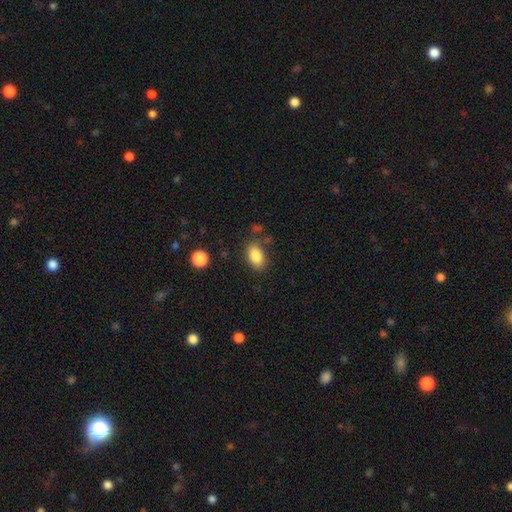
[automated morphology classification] Q: Smooth or featured?
A: smooth (85%); runner-up: star or artifact (8%)
Q: How rounded?
A: in between (88%); runner-up: round (9%)
Q: Merging?
A: none (77%); runner-up: minor disturbance (14%)